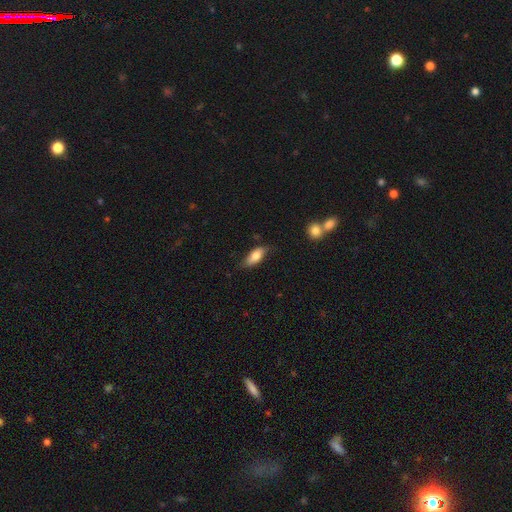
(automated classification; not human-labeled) Morphology: type=smooth (73%); roundness=in between (79%); merging=none (68%).